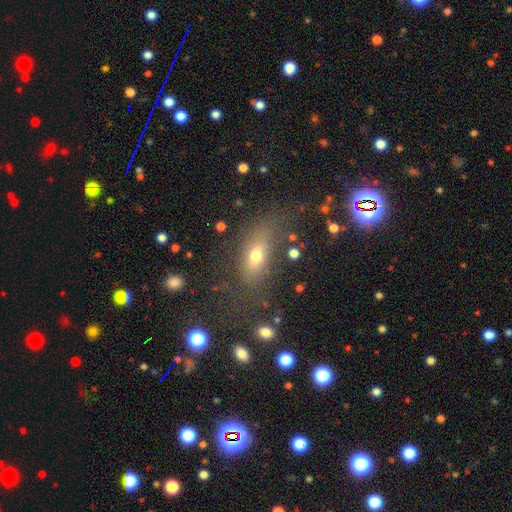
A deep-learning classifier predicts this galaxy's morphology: The model was most divided on "smooth or featured": smooth: 66%, featured or disk: 20%, star or artifact: 14%. More confident: how rounded — in between (74%); merging — none (66%).